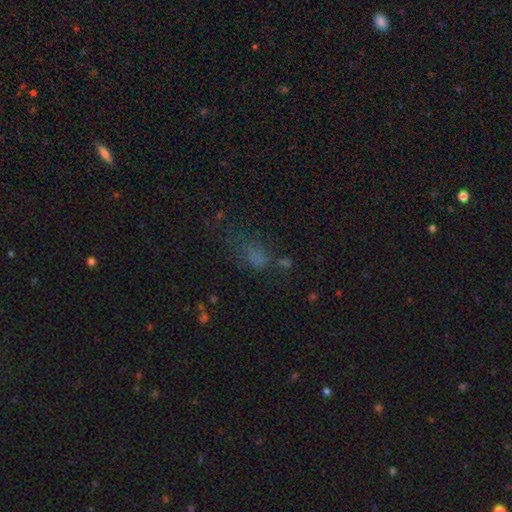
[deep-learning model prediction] Smooth or featured: smooth — 58% (star or artifact — 27%)
How rounded: in between — 76% (round — 16%)
Merging: none — 40% (major disturbance — 29%)